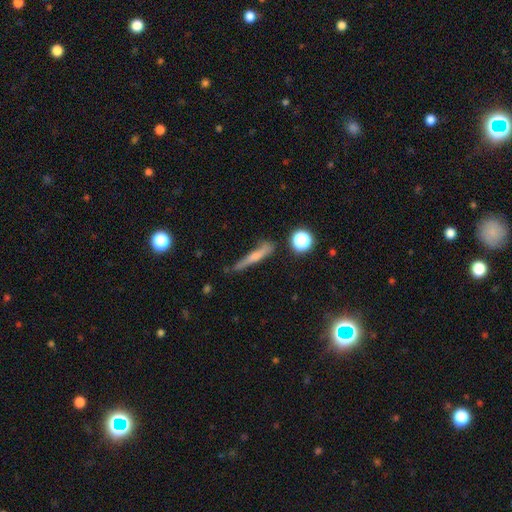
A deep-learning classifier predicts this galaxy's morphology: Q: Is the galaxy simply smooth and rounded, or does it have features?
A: smooth — 46%.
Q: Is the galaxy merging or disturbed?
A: none — 66%.